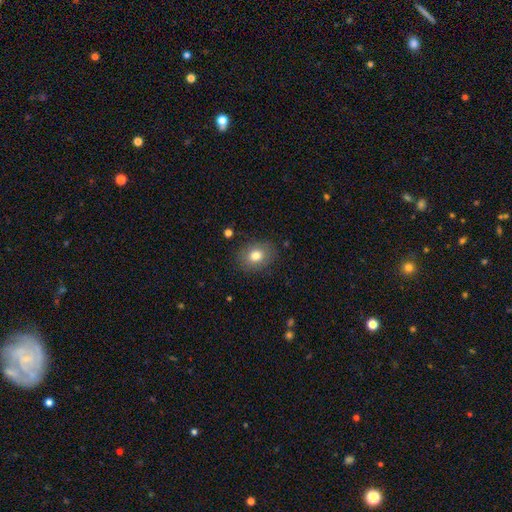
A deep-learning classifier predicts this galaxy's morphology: smooth-or-featured: smooth: 78% | featured or disk: 13% | star or artifact: 9%
  how-rounded: in between: 54% | round: 45% | cigar-shaped: 1%
  merging: none: 84% | minor disturbance: 12% | major disturbance: 3% | merger: 1%